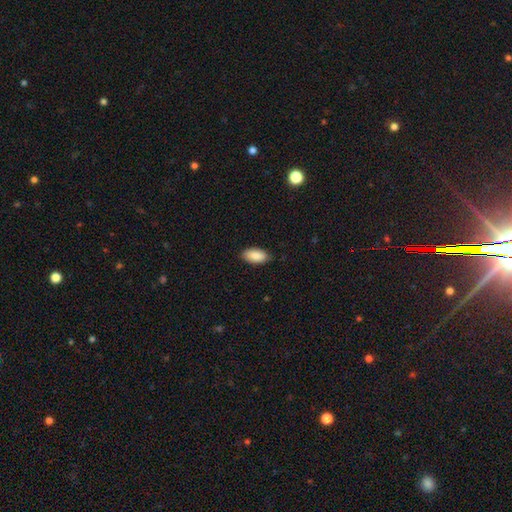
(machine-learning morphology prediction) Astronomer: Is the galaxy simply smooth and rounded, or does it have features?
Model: smooth — 88%.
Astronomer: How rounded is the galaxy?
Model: in between — 94%.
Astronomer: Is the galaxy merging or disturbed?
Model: none — 84%.